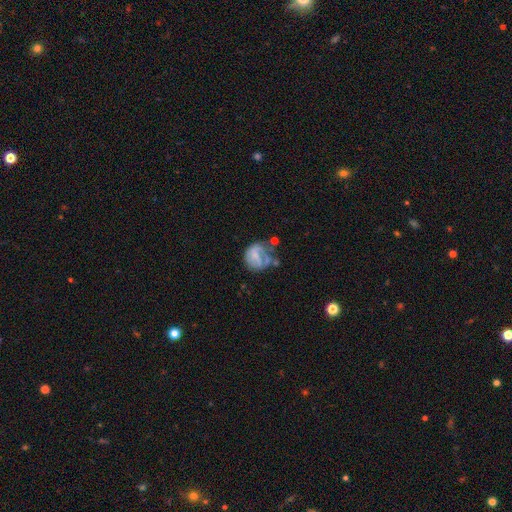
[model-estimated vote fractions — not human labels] Smooth or featured?
  - featured or disk: 54% *
  - smooth: 37%
  - star or artifact: 9%
Edge-on disk?
  - no: 98% *
  - yes: 2%
Bar?
  - no: 45% *
  - weak: 41%
  - strong: 14%
Spiral arms?
  - yes: 61% *
  - no: 39%
Bulge size?
  - none: 39% *
  - small: 38%
  - moderate: 20%
  - large: 3%
  - dominant: 1%
Merging?
  - none: 32% * (tied)
  - major disturbance: 32% * (tied)
  - minor disturbance: 26%
  - merger: 11%